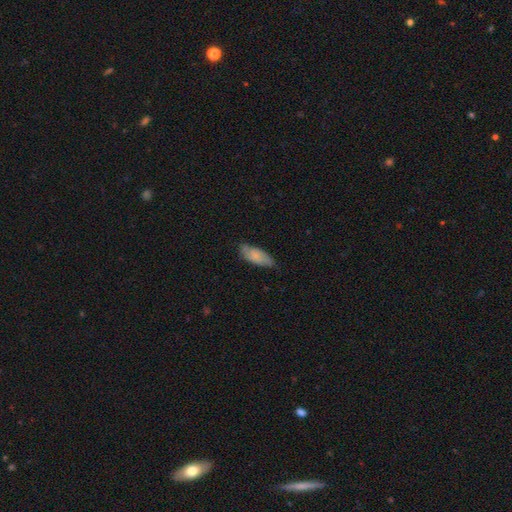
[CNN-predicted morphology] Smooth or featured? Predicted: smooth (p=0.74). How rounded? Predicted: in between (p=0.78). Merging? Predicted: none (p=0.69).